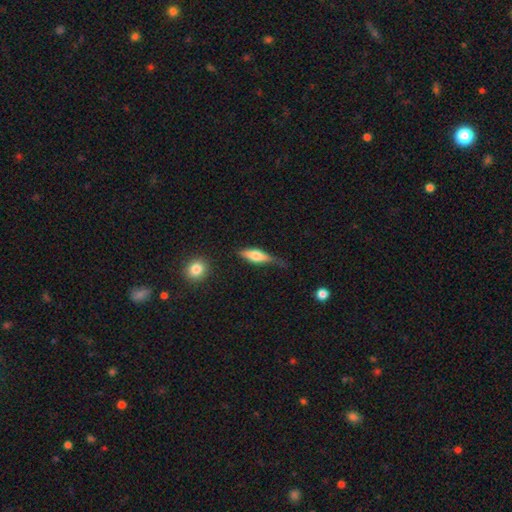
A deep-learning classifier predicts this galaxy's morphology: smooth 61%, featured or disk 33%, star or artifact 7%. Down the decision tree: how rounded — in between (52%); merging — none (52%).